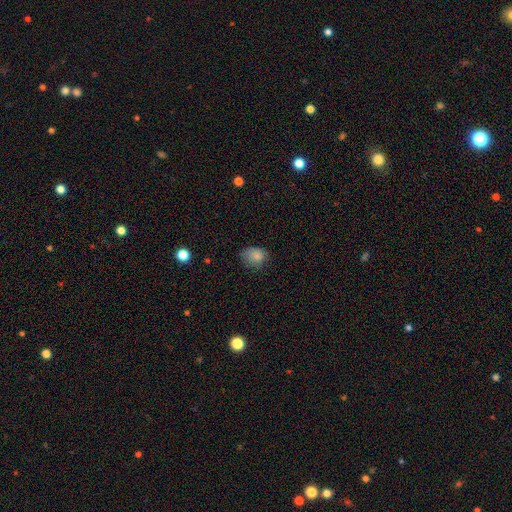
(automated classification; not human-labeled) Overall: smooth (83%). How rounded: in between (58%; round 41%). Merging: none (60%; minor disturbance 30%).